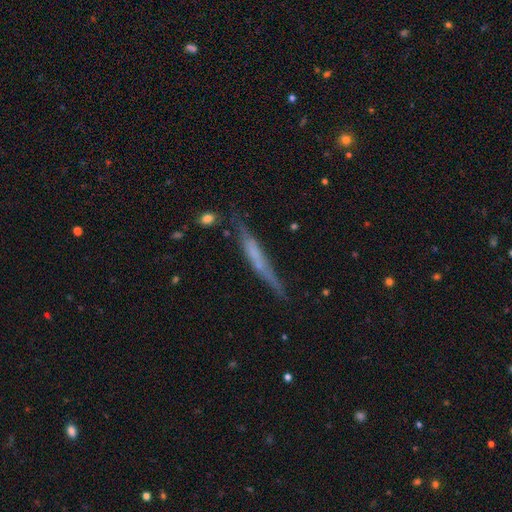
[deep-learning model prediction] This appears to be a featured or disk galaxy (53%) viewed edge-on (91%). Merging: none (70%).